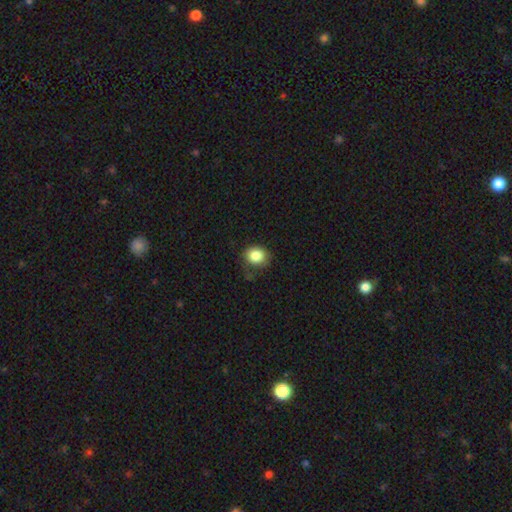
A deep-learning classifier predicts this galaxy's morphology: This is clearly a smooth galaxy (84%). How rounded: likely round (73%). Merging: likely none (74%).